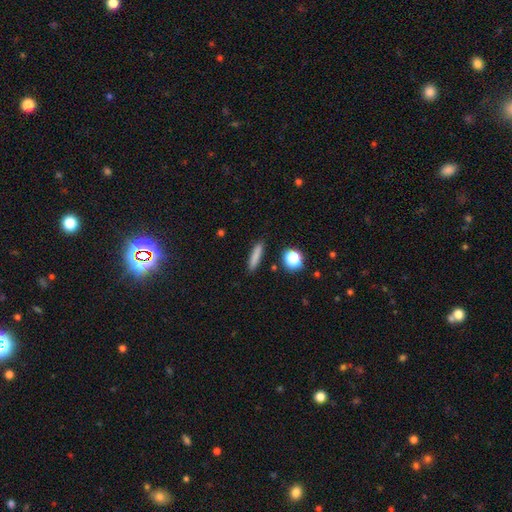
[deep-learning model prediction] Overall: smooth (80%). How rounded: cigar-shaped (83%). Merging: none (87%).